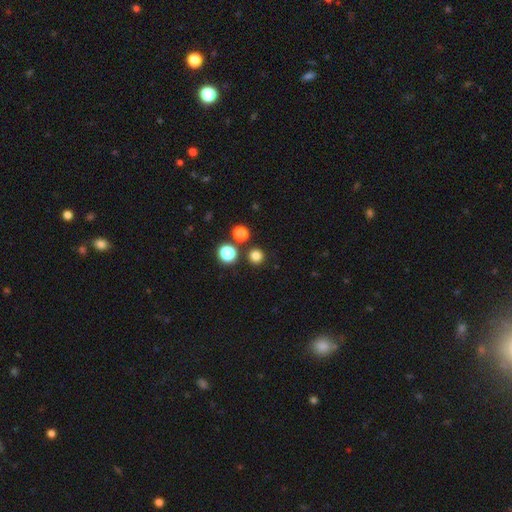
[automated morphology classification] This is likely a smooth galaxy (80%). How rounded: clearly round (94%). Merging: clearly none (86%).